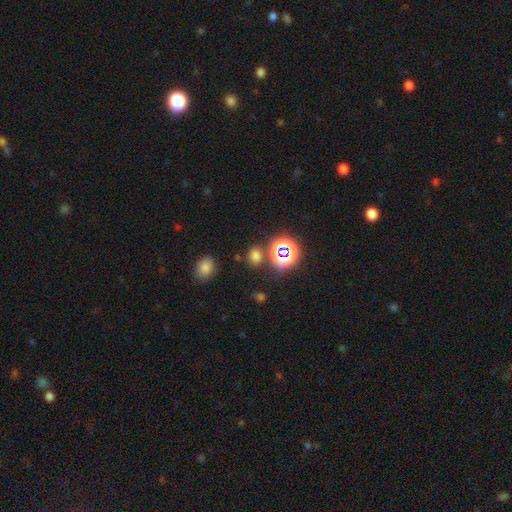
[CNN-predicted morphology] The model was most divided on "how rounded": in between: 53%, round: 46%, cigar-shaped: 1%. More confident: merging — none (78%); smooth or featured — smooth (65%).